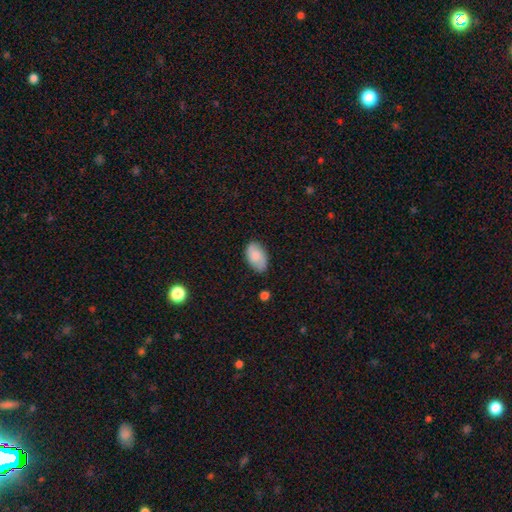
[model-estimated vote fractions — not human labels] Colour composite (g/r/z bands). It shows a smooth galaxy with no disk features (79%) that is in between round and cigar-shaped (94%). Merging: none (76%).